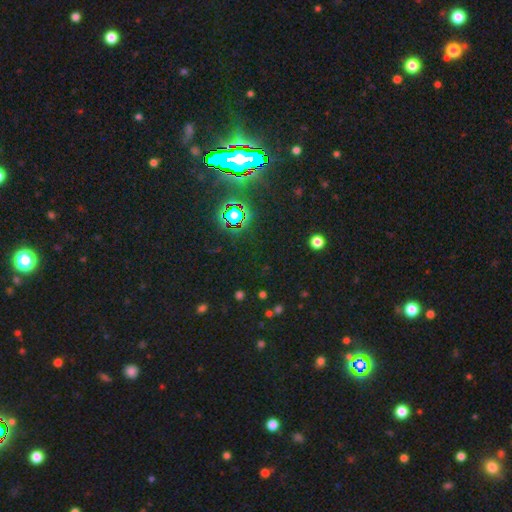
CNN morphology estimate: This is clearly a star or artifact rather than a galaxy (81%).